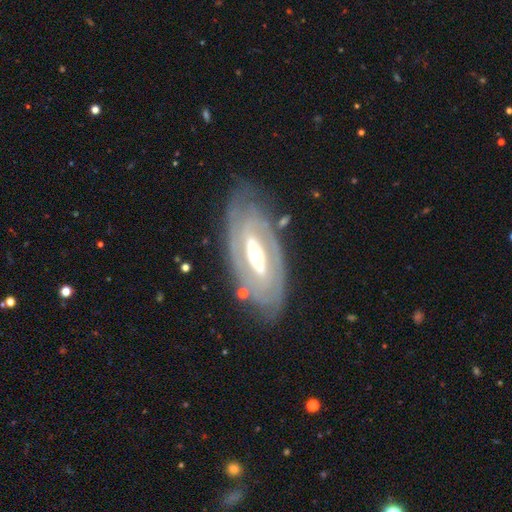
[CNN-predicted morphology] This appears to be a featured or disk galaxy (83%) with a strong bar (38%), tight (71%) spiral arms (79%) and a moderate central bulge (63%). Merging: none (78%).